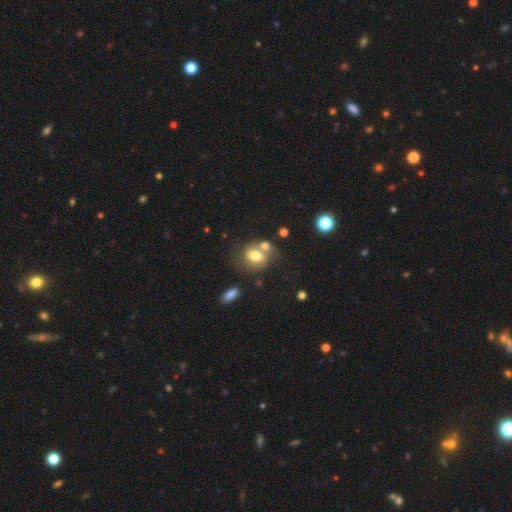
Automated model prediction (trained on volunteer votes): Smooth or featured? smooth (69%)
How rounded? round (50%)
Merging? none (43%)